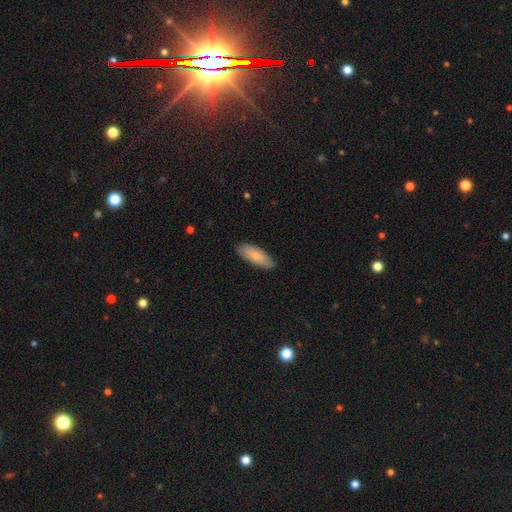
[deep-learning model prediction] Overall: smooth (79%). How rounded: in between (70%). Merging: none (84%).